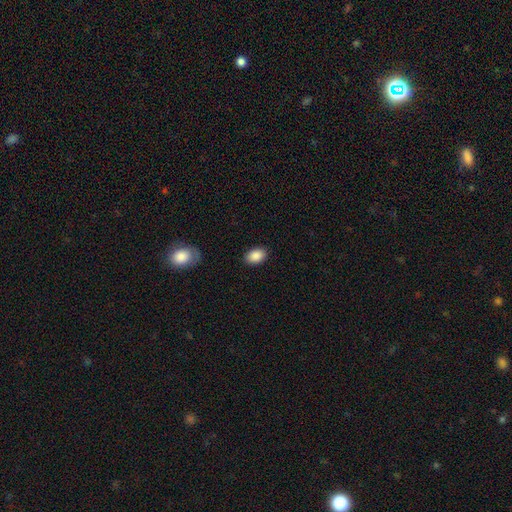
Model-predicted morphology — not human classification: Smooth or featured?
  - smooth: 88% *
  - star or artifact: 7%
  - featured or disk: 4%
How rounded?
  - in between: 86% *
  - round: 13%
  - cigar-shaped: 1%
Merging?
  - none: 88% *
  - minor disturbance: 9%
  - major disturbance: 2%
  - merger: 1%